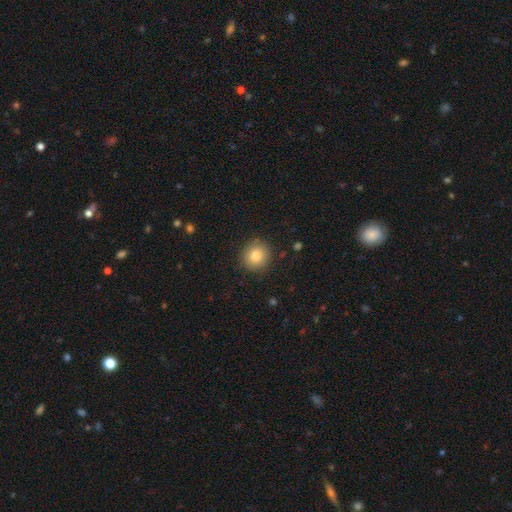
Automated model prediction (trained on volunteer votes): Smooth or featured? smooth (82%)
How rounded? round (90%)
Merging? none (89%)